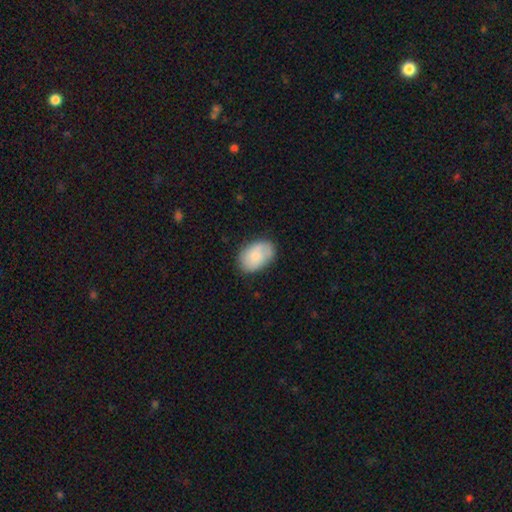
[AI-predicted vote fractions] This is likely a smooth galaxy (72%). How rounded: clearly in between (85%). Merging: likely none (71%).